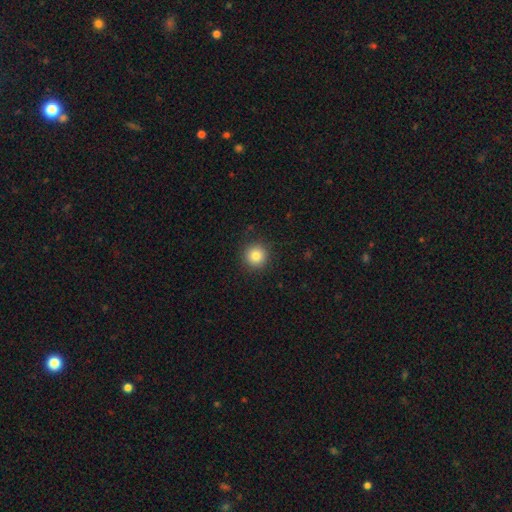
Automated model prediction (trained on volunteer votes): Smooth or featured? smooth (84%)
How rounded? round (94%)
Merging? none (90%)